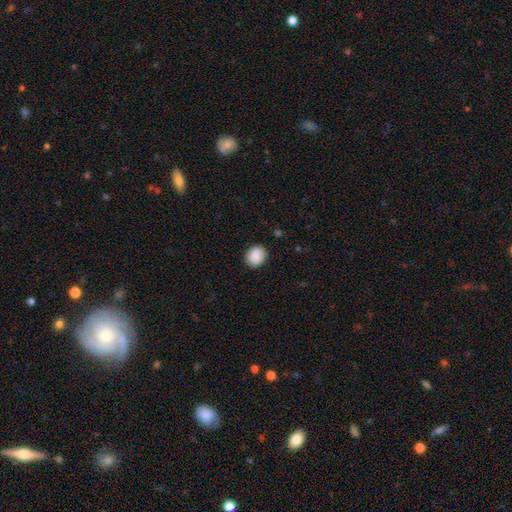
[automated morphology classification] A smooth galaxy with no disk features (90%) that is round (65%). Merging: none (88%).